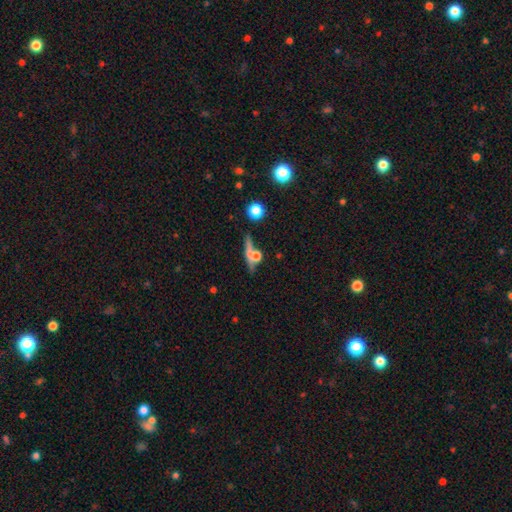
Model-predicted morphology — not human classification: Smooth or featured? smooth (49%)
Merging? none (50%)